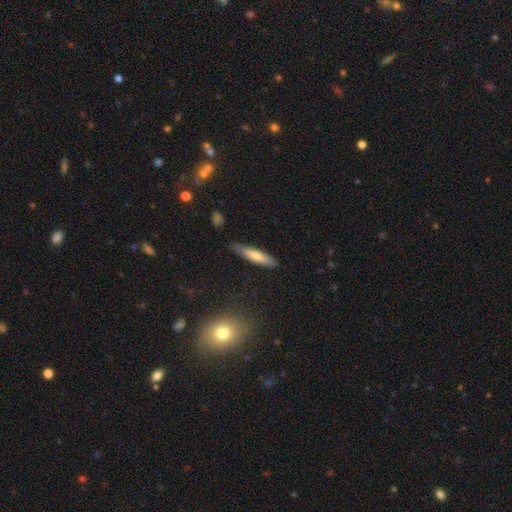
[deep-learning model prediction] smooth-or-featured: smooth: 66% | featured or disk: 27% | star or artifact: 7%
  how-rounded: cigar-shaped: 81% | in between: 17% | round: 2%
  merging: none: 83% | minor disturbance: 13% | major disturbance: 2% | merger: 1%